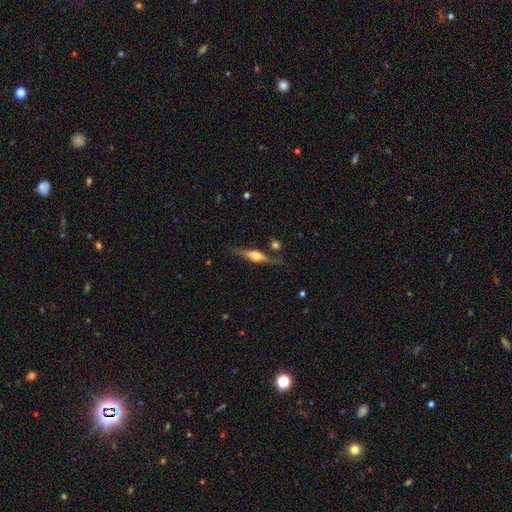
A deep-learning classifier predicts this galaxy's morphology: A featured or disk galaxy (65%) viewed edge-on (93%) with a rounded central bulge (89%). Merging: none (75%).